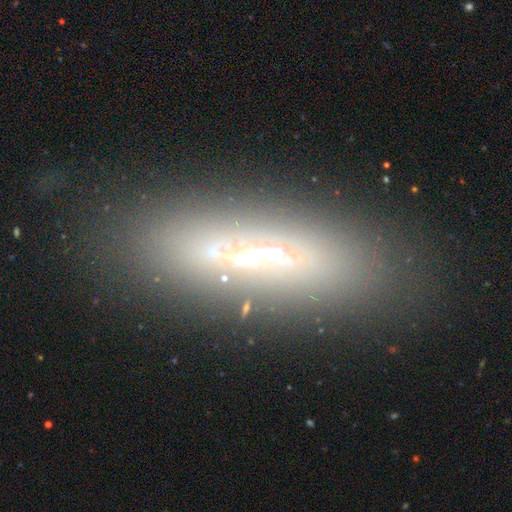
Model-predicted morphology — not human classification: A featured or disk galaxy (56%) viewed edge-on (56%). Merging: none (78%).